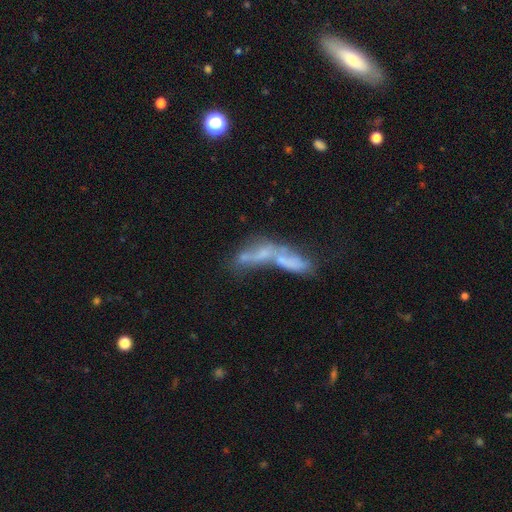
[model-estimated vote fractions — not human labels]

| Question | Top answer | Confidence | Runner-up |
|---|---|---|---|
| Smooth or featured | featured or disk | 48% | smooth (38%) |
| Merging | merger | 63% | none (15%) |